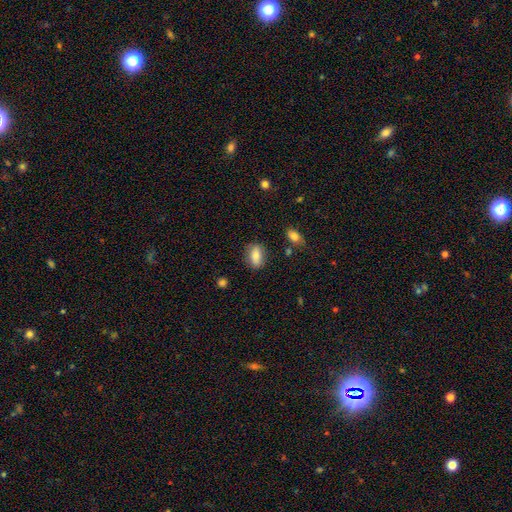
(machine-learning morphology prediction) The model was most divided on "smooth or featured": smooth: 78%, featured or disk: 14%, star or artifact: 8%. More confident: how rounded — in between (83%); merging — none (82%).